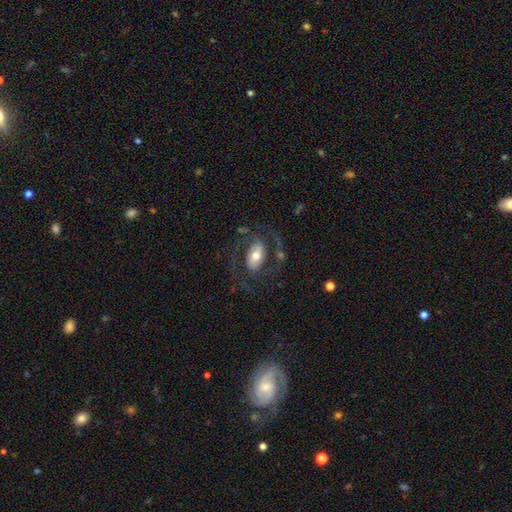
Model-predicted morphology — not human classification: This is likely a featured or disk galaxy (67%). It is clearly not viewed edge-on (95%). Bar: possibly no (46%). Spiral arm pattern: likely yes (79%). Spiral arm count: clearly 2 (81%). Spiral winding: possibly medium (47%). Central bulge: likely moderate (65%). Merging: likely none (60%).